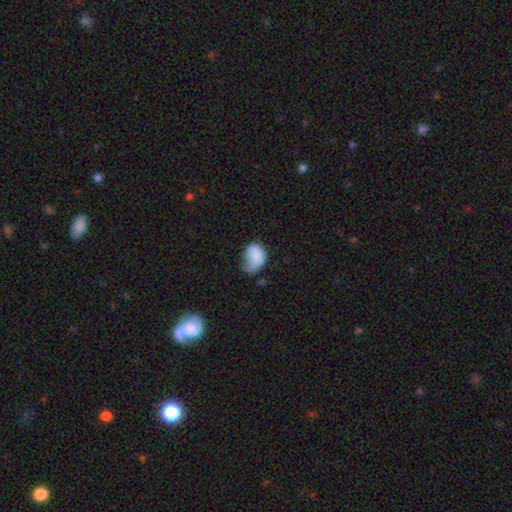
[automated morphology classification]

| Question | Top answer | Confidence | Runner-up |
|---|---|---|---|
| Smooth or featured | smooth | 78% | featured or disk (15%) |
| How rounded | in between | 68% | round (31%) |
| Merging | minor disturbance | 38% | major disturbance (32%) |